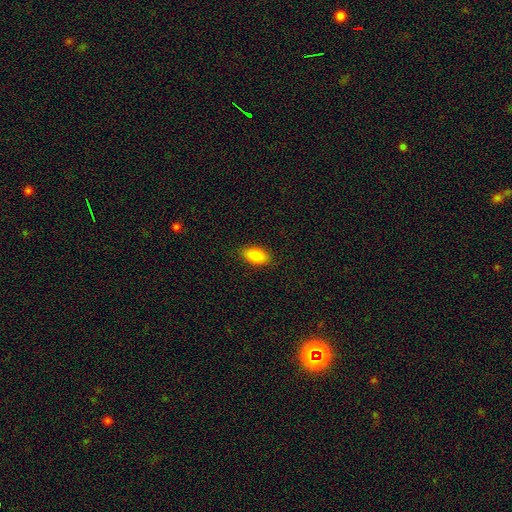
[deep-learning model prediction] Smooth or featured? Predicted: smooth (p=0.84). How rounded? Predicted: in between (p=0.92). Merging? Predicted: none (p=0.87).